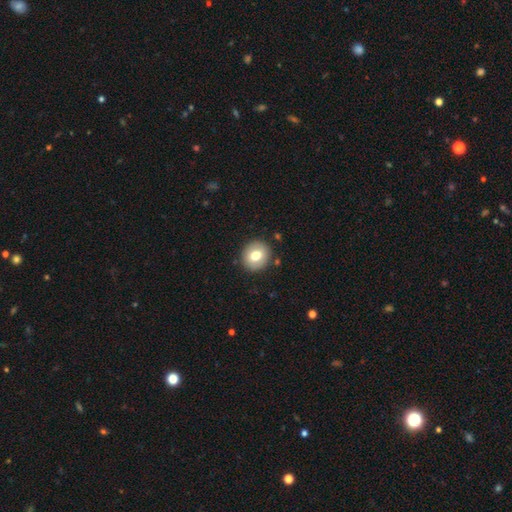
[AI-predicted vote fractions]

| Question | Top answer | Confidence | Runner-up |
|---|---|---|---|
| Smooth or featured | smooth | 74% | featured or disk (18%) |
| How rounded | round | 83% | in between (17%) |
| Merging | none | 88% | minor disturbance (8%) |